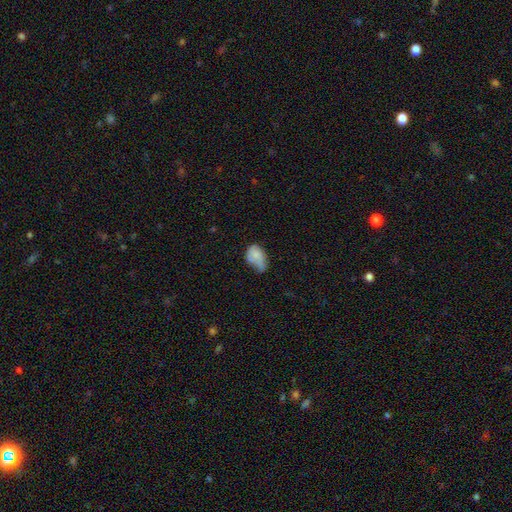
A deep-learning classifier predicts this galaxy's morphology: Smooth or featured? Predicted: smooth (p=0.68). How rounded? Predicted: in between (p=0.81). Merging? Predicted: minor disturbance (p=0.41).